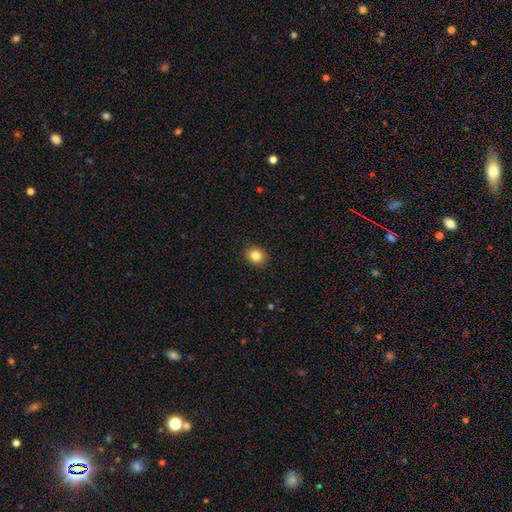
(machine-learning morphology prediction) smooth 84%, star or artifact 10%, featured or disk 6%. Down the decision tree: how rounded — round (62%); merging — none (91%).